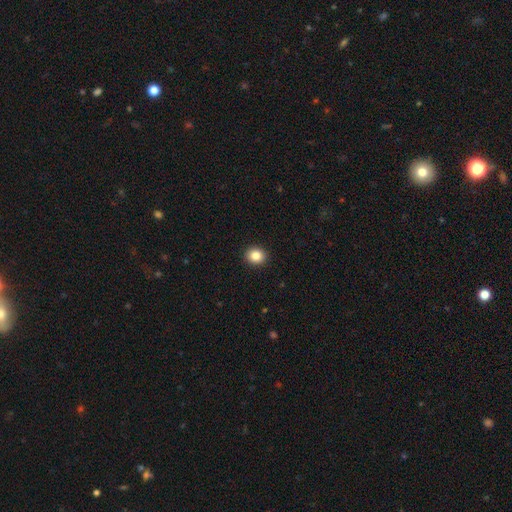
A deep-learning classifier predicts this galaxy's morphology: Overall: smooth (85%). How rounded: round (74%). Merging: none (92%).